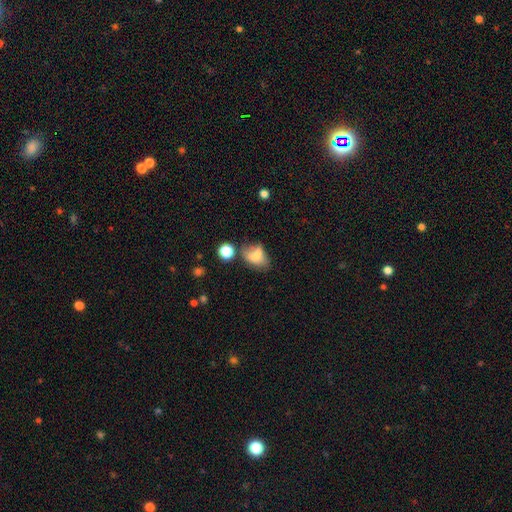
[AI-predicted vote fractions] A smooth galaxy with no disk features (69%) that is in between round and cigar-shaped (77%). Merging: none (37%).